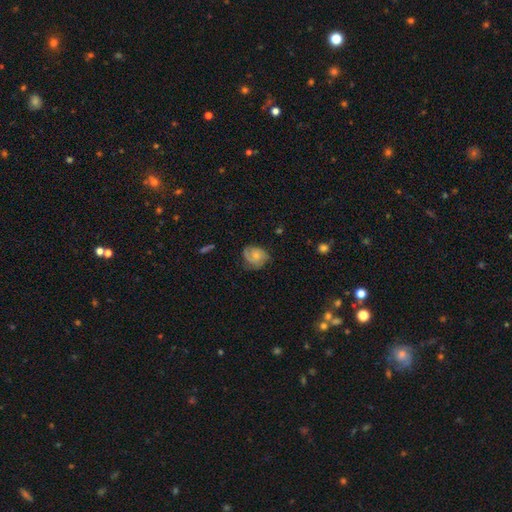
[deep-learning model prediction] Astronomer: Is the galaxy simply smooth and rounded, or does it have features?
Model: featured or disk — 59%.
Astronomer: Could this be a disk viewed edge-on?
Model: no — 97%.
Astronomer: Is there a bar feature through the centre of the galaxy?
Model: no — 74%.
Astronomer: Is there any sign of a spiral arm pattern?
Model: yes — 90%.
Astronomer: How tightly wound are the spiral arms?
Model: tight — 46% (runner-up: medium, 38%).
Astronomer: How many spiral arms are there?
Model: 2 — 40% (runner-up: can't tell, 21%).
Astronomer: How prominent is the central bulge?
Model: small — 54% (runner-up: moderate, 32%).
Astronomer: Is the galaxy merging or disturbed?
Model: none — 62%.